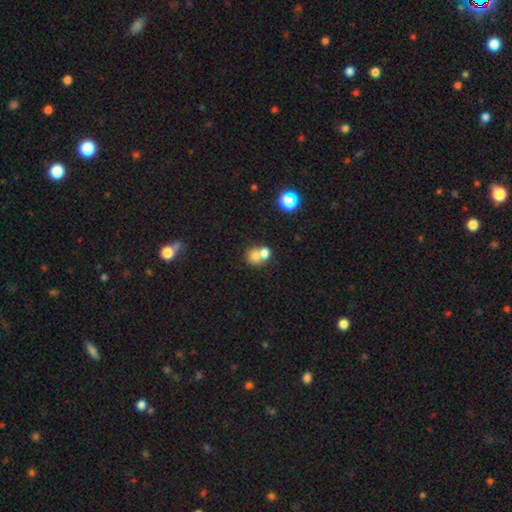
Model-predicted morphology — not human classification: This is likely a smooth galaxy (72%). How rounded: likely round (74%). Merging: likely merger (63%).